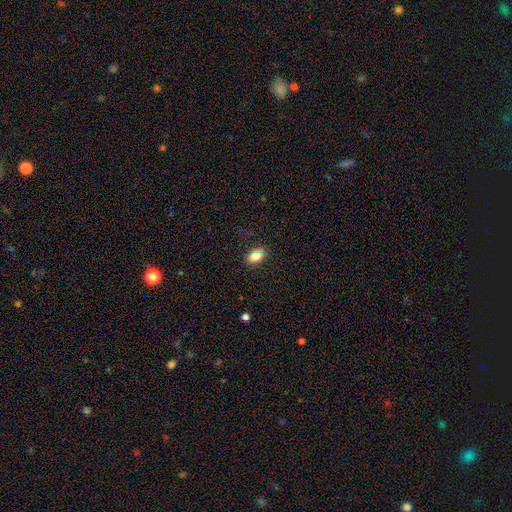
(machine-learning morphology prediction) type=smooth (79%); roundness=in between (78%); merging=none (85%).